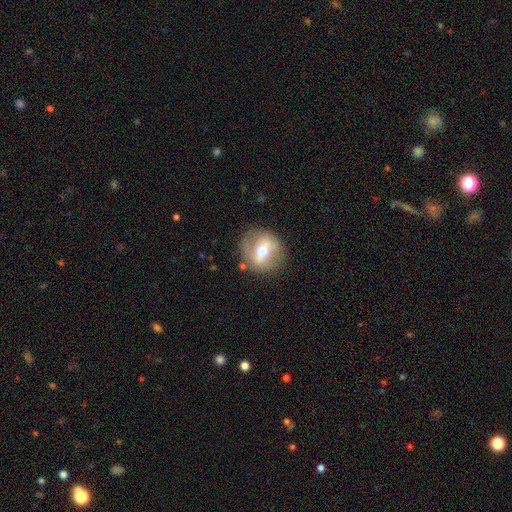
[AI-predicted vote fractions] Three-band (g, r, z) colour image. It shows a featured or disk galaxy (51%). Merging: none (80%).